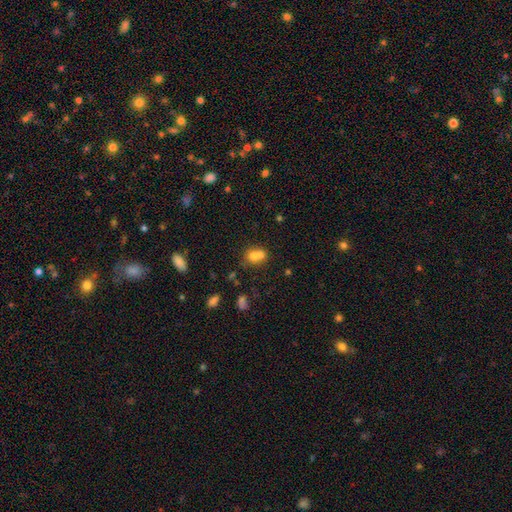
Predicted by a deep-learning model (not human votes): smooth 70%, featured or disk 18%, star or artifact 12%. Down the decision tree: how rounded — round (59%); merging — merger (67%).